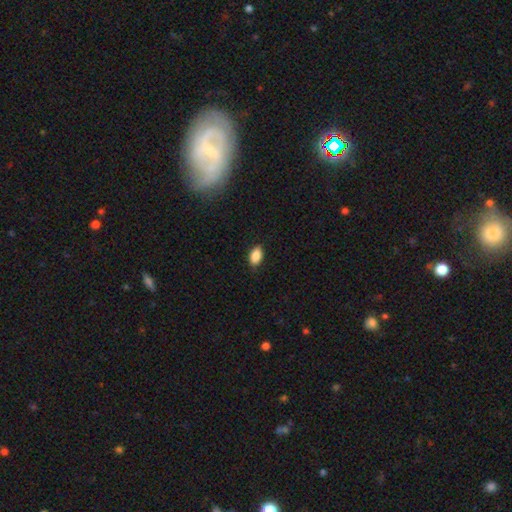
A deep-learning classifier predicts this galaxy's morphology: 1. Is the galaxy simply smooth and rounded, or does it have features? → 87% smooth, 8% star or artifact, 5% featured or disk.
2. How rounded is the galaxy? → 91% in between, 6% round, 3% cigar-shaped.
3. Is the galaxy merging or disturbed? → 83% none, 14% minor disturbance, 2% major disturbance, 1% merger.